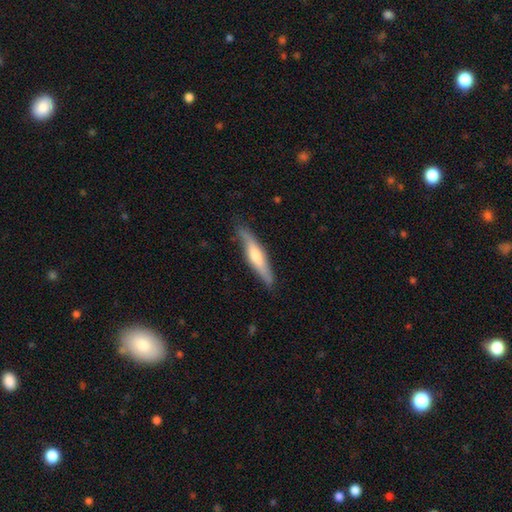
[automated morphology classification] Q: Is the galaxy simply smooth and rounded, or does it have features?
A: featured or disk — 50%.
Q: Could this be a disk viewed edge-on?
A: yes — 88%.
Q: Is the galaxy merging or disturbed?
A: none — 79%.